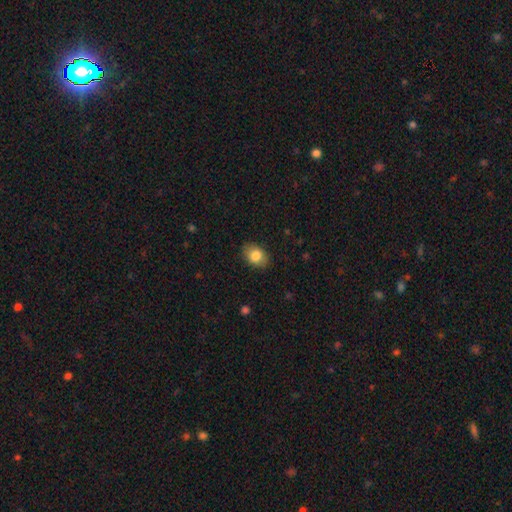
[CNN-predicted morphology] A smooth galaxy with no disk features (82%) that is in between round and cigar-shaped (75%). Merging: none (86%).